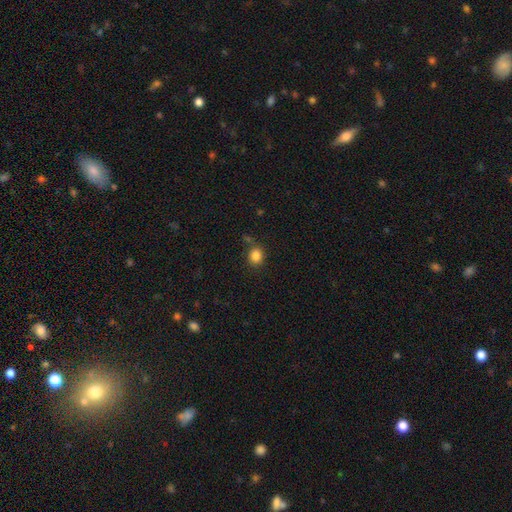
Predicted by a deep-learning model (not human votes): The model was most divided on "how rounded": round: 78%, in between: 21%, cigar-shaped: 1%. More confident: smooth or featured — smooth (85%); merging — none (78%).